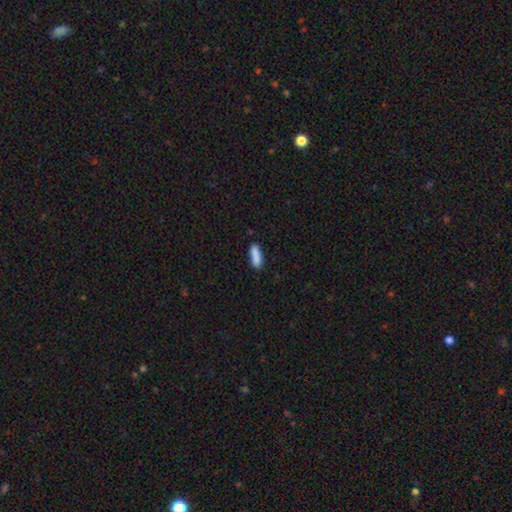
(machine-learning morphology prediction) A smooth galaxy with no disk features (88%) that is cigar-shaped (51%).

Vote fractions:
- Smooth or featured? smooth: 88% / star or artifact: 7% / featured or disk: 5%
- How rounded? cigar-shaped: 51% / in between: 47% / round: 2%
- Merging? none: 82% / minor disturbance: 13% / merger: 3% / major disturbance: 2%